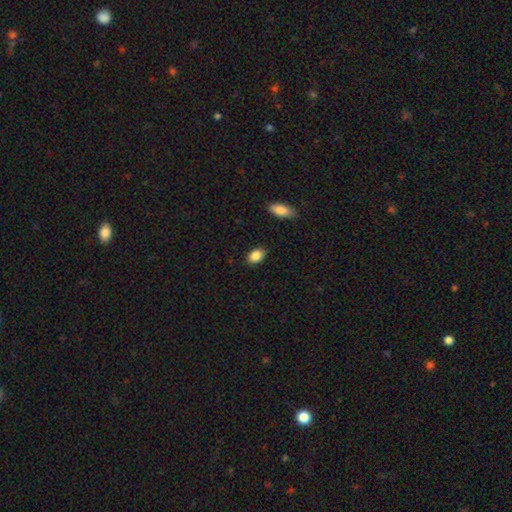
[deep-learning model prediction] Smooth or featured? Predicted: smooth (p=0.87). How rounded? Predicted: in between (p=0.86). Merging? Predicted: none (p=0.87).